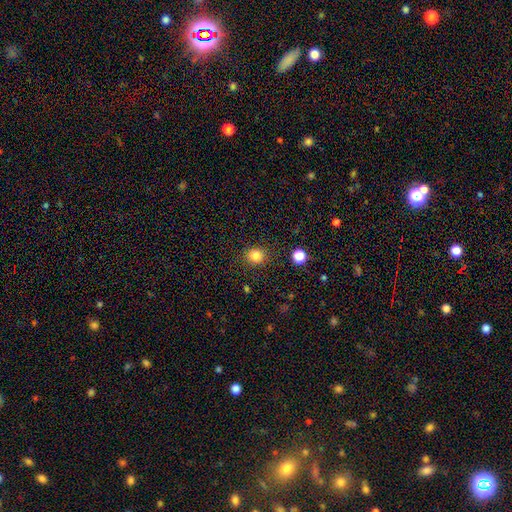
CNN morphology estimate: This appears to be a smooth galaxy with no disk features (82%) that is round (79%). Merging: none (88%).